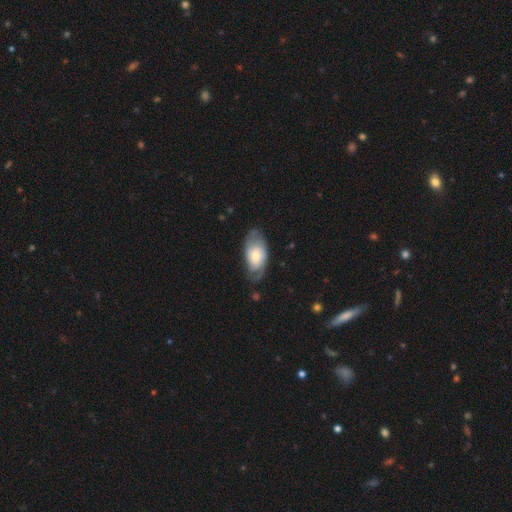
A smooth galaxy with no disk features (68%) that is in between round and cigar-shaped (80%).

Vote fractions:
- Smooth or featured? smooth: 68% / featured or disk: 32% / star or artifact: 0%
- How rounded? in between: 80% / round: 12% / cigar-shaped: 8%
- Merging? none: 65% / minor disturbance: 32% / major disturbance: 3% / merger: 0%